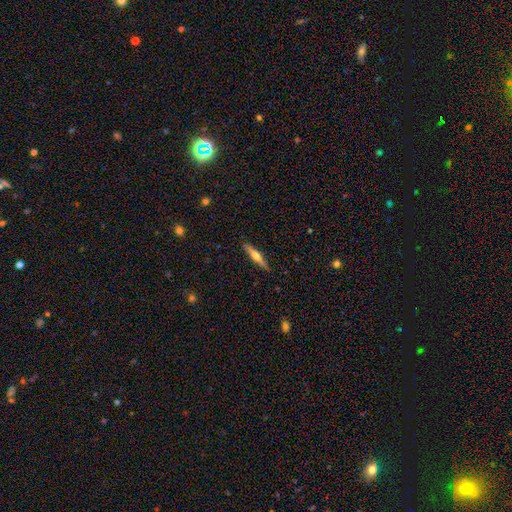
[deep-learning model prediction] Smooth or featured: featured or disk — 64% (smooth — 31%)
Edge-on disk: yes — 97% (no — 3%)
Edge-on bulge: rounded — 90% (boxy — 5%)
Merging: none — 90% (minor disturbance — 8%)